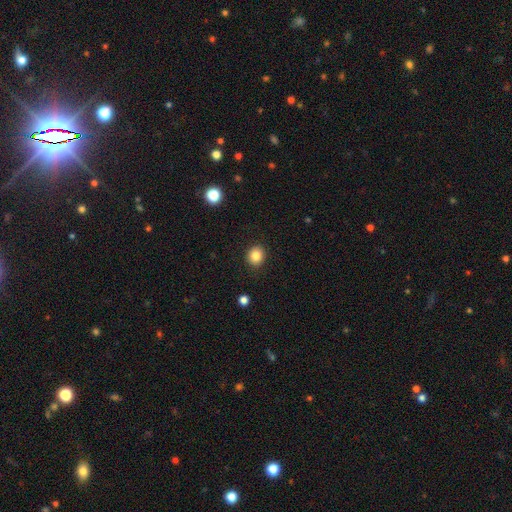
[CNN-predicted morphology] Smooth or featured: smooth — 85% (star or artifact — 10%)
How rounded: round — 72% (in between — 27%)
Merging: none — 89% (minor disturbance — 7%)